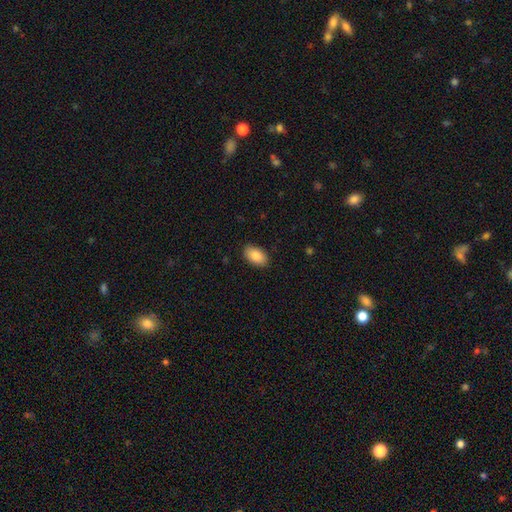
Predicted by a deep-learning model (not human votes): This appears to be a smooth galaxy with no disk features (88%) that is in between round and cigar-shaped (94%). Merging: none (89%).